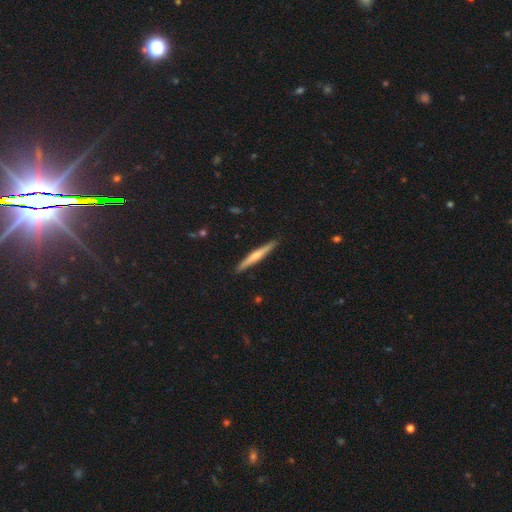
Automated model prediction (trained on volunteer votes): Overall: featured or disk (50%; smooth 44%). Edge-on disk: yes (97%). Merging: none (91%).